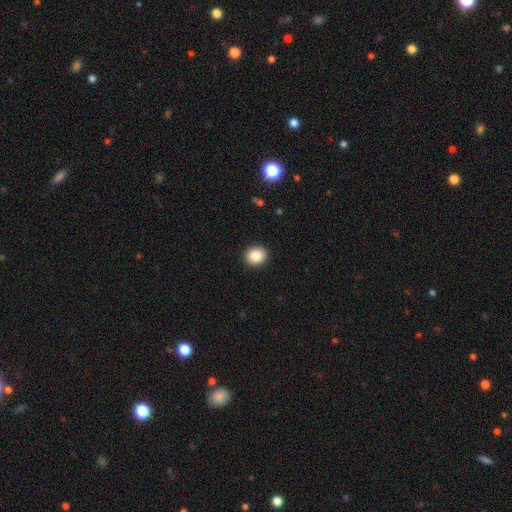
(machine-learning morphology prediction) This is clearly a smooth galaxy (86%). How rounded: likely round (80%). Merging: clearly none (92%).